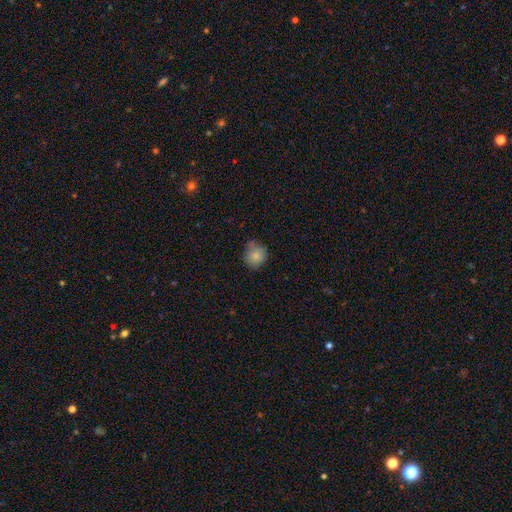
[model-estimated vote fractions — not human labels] This appears to be a smooth galaxy with no disk features (81%) that is round (81%). Merging: none (64%).